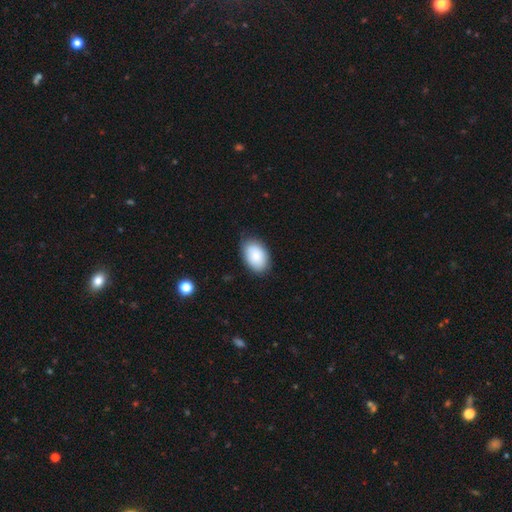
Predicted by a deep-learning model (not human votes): The model was most divided on "merging": none: 78%, minor disturbance: 17%, major disturbance: 3%, merger: 1%. More confident: how rounded — in between (90%); smooth or featured — smooth (86%).